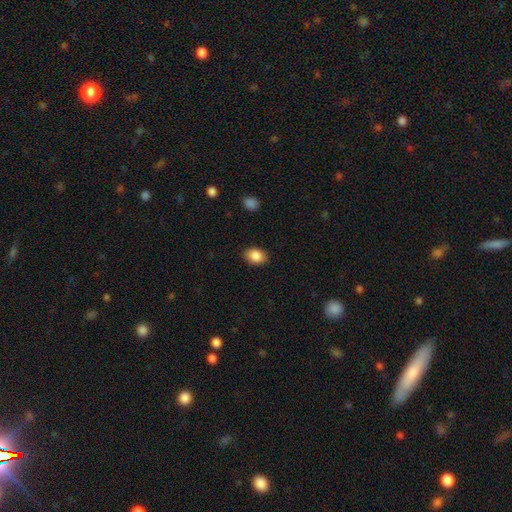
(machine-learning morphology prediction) A smooth galaxy with no disk features (87%) that is in between round and cigar-shaped (79%).

Vote fractions:
- Smooth or featured? smooth: 87% / star or artifact: 8% / featured or disk: 5%
- How rounded? in between: 79% / round: 20% / cigar-shaped: 1%
- Merging? none: 86% / minor disturbance: 11% / major disturbance: 3% / merger: 1%